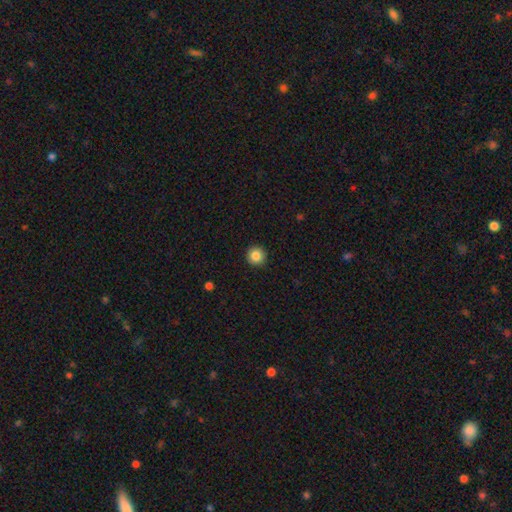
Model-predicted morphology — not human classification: Smooth or featured? smooth (85%)
How rounded? round (96%)
Merging? none (92%)